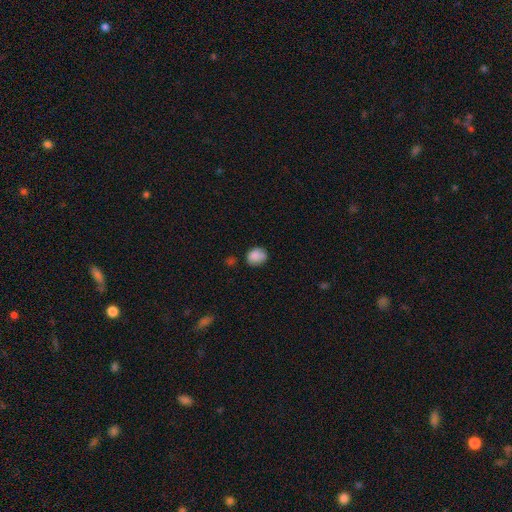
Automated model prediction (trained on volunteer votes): smooth-or-featured: smooth: 87% | star or artifact: 8% | featured or disk: 5%
  how-rounded: round: 52% | in between: 47% | cigar-shaped: 1%
  merging: none: 71% | minor disturbance: 22% | major disturbance: 4% | merger: 3%